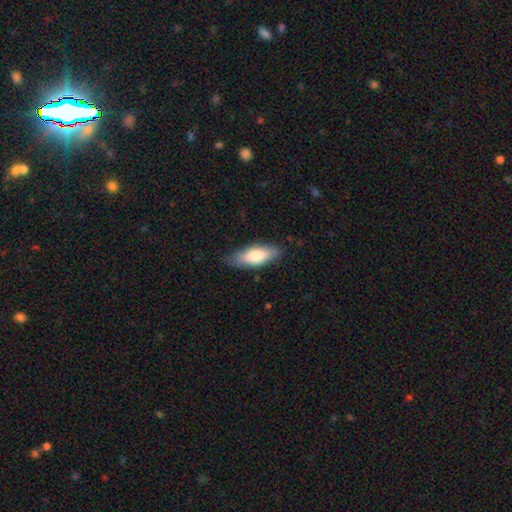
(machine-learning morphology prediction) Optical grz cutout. It shows a smooth galaxy with no disk features (77%) that is in between round and cigar-shaped (73%). Merging: none (79%).